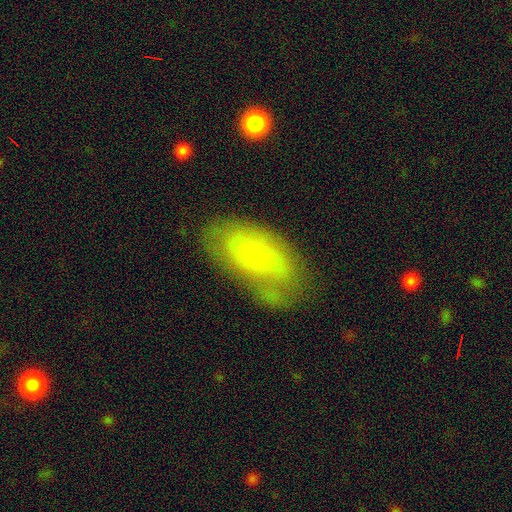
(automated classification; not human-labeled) Smooth or featured? smooth (50%)
Merging? none (62%)